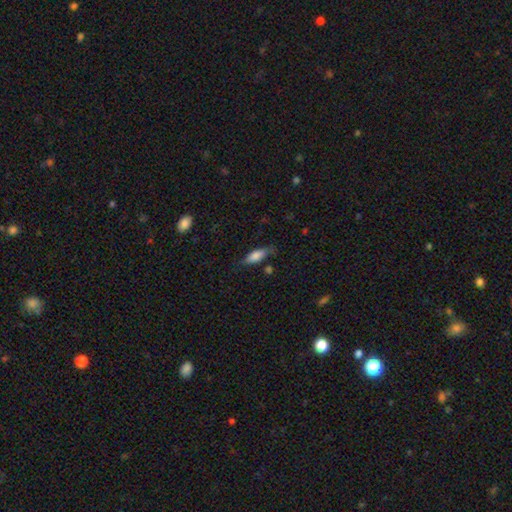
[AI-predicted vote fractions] Smooth or featured: smooth — 75% (featured or disk — 18%)
How rounded: in between — 66% (cigar-shaped — 31%)
Merging: none — 66% (minor disturbance — 24%)